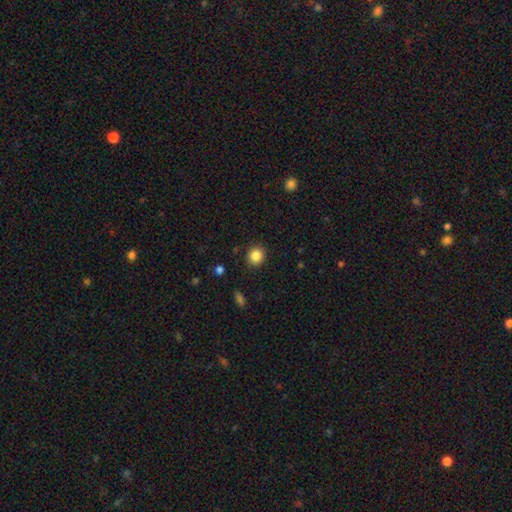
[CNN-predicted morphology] Overall: smooth (85%). How rounded: round (84%). Merging: none (89%).